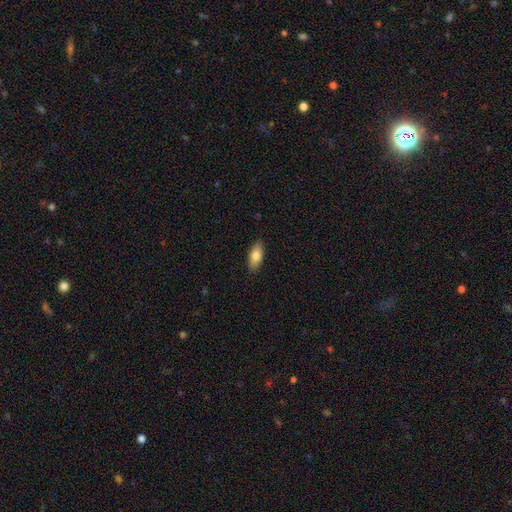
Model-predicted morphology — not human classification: Smooth or featured? Predicted: smooth (p=0.81). How rounded? Predicted: in between (p=0.85). Merging? Predicted: none (p=0.88).